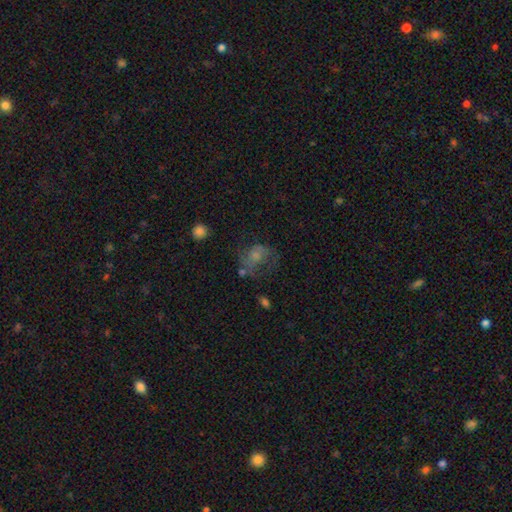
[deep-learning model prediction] A smooth galaxy with no disk features (51%) that is in between round and cigar-shaped (52%).

Vote fractions:
- Smooth or featured? smooth: 51% / featured or disk: 36% / star or artifact: 13%
- How rounded? in between: 52% / round: 47% / cigar-shaped: 1%
- Merging? major disturbance: 37% / none: 34% / minor disturbance: 23% / merger: 6%